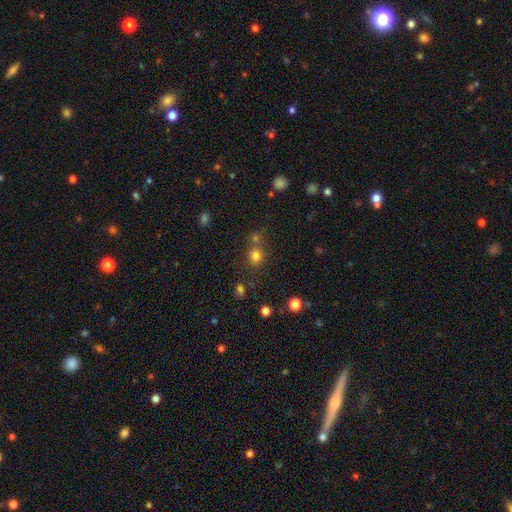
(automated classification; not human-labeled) Q: Smooth or featured?
A: smooth (77%); runner-up: star or artifact (16%)
Q: How rounded?
A: round (83%); runner-up: in between (16%)
Q: Merging?
A: none (65%); runner-up: merger (21%)